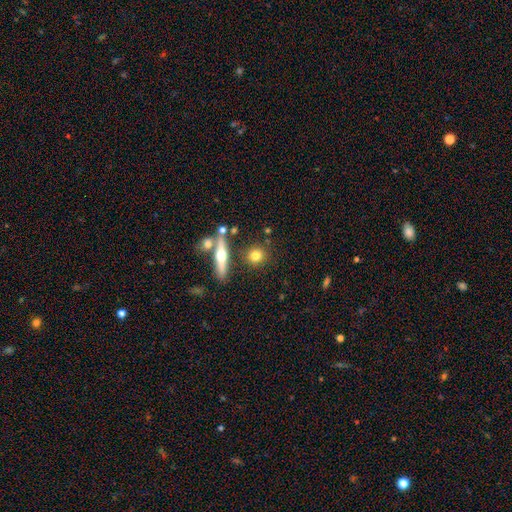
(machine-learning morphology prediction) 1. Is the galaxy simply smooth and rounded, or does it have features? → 72% smooth, 19% featured or disk, 9% star or artifact.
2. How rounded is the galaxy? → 78% round, 15% in between, 6% cigar-shaped.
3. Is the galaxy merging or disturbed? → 79% none, 10% merger, 8% minor disturbance, 3% major disturbance.